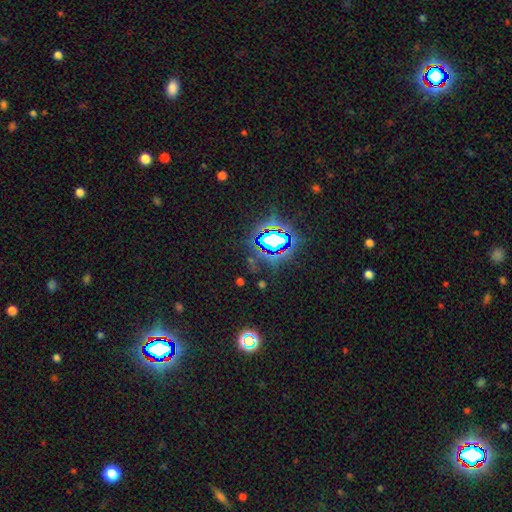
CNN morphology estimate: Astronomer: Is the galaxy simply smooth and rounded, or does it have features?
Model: star or artifact — 84%.